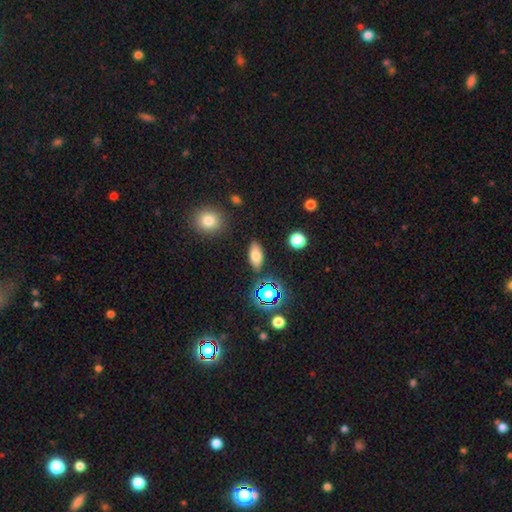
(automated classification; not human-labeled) A smooth galaxy with no disk features (74%) that is in between round and cigar-shaped (82%).

Vote fractions:
- Smooth or featured? smooth: 74% / star or artifact: 14% / featured or disk: 13%
- How rounded? in between: 82% / cigar-shaped: 13% / round: 5%
- Merging? none: 85% / minor disturbance: 10% / major disturbance: 3% / merger: 3%